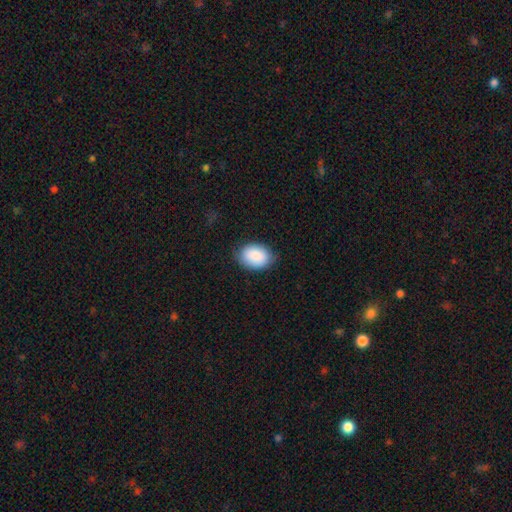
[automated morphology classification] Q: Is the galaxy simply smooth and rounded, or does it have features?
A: smooth — 88%.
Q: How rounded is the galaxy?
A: in between — 78%.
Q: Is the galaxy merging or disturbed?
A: none — 80%.